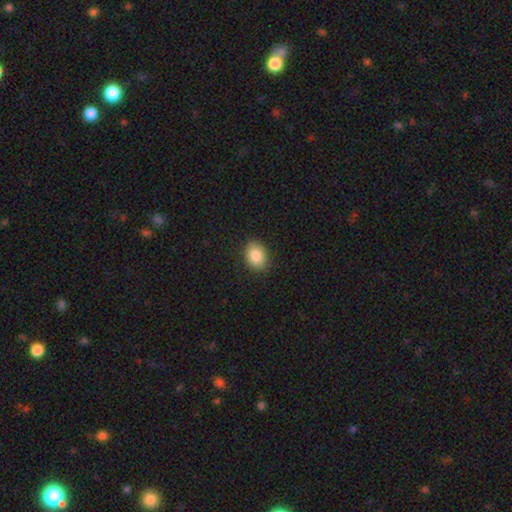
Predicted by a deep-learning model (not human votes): This is clearly a smooth galaxy (86%). How rounded: likely in between (68%). Merging: clearly none (87%).